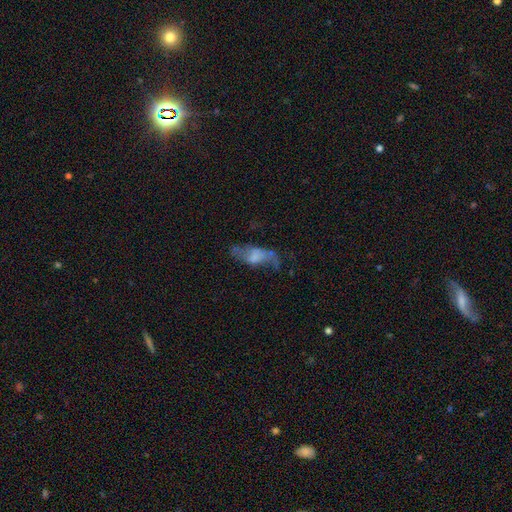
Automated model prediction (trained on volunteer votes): A featured or disk galaxy (53%). Merging: none (38%).